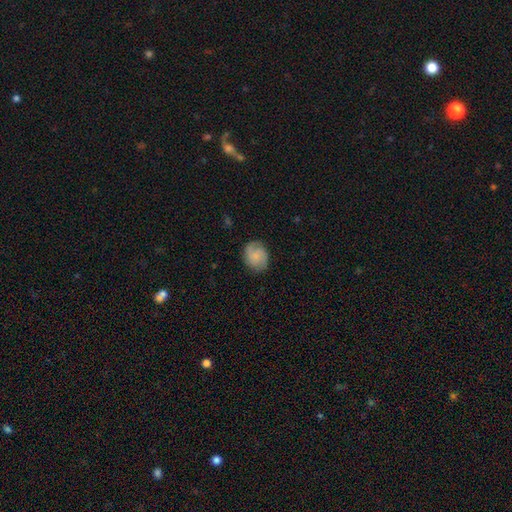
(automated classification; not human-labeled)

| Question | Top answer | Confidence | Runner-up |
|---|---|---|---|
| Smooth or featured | smooth | 54% | featured or disk (38%) |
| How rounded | round | 58% | in between (41%) |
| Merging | none | 75% | minor disturbance (18%) |